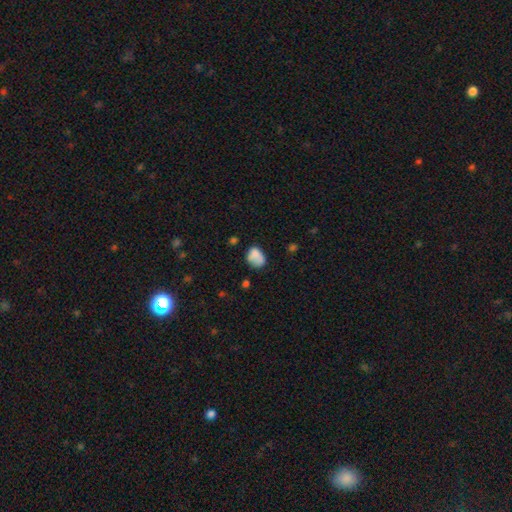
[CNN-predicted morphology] Smooth or featured: smooth — 75% (featured or disk — 16%)
How rounded: in between — 67% (round — 32%)
Merging: none — 44% (minor disturbance — 29%)